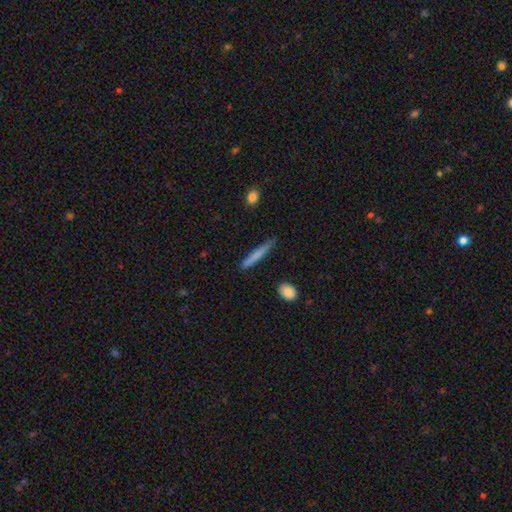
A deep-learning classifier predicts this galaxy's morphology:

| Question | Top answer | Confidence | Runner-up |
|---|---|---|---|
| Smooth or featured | smooth | 70% | featured or disk (23%) |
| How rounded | cigar-shaped | 95% | in between (4%) |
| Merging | none | 84% | minor disturbance (12%) |